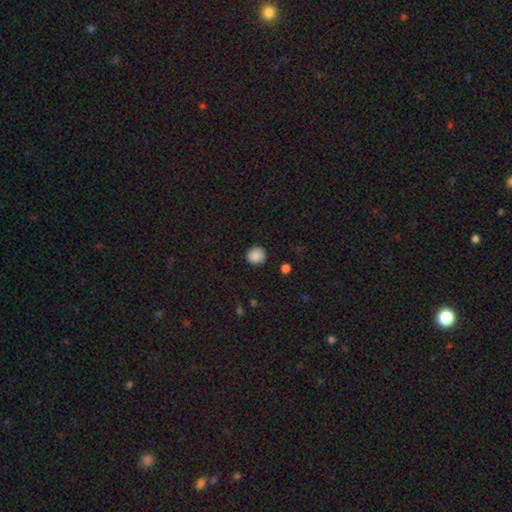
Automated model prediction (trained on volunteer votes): smooth_or_featured: smooth (p=0.88) [alt: star or artifact p=0.09]
how_rounded: round (p=0.89) [alt: in between p=0.10]
merging: none (p=0.87) [alt: minor disturbance p=0.09]